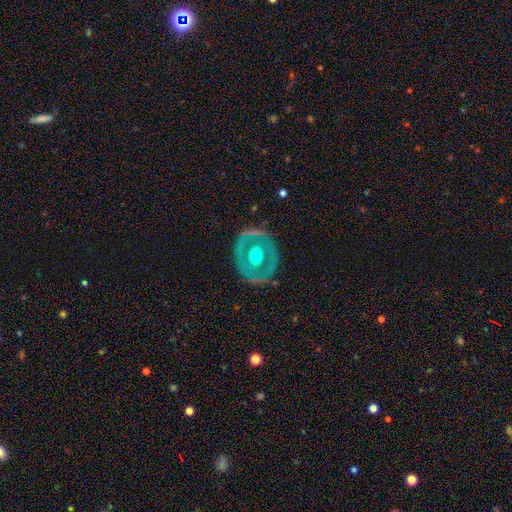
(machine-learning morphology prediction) Smooth or featured? Predicted: featured or disk (p=0.62). Edge-on disk? Predicted: no (p=0.94). Bar? Predicted: no (p=0.79). Spiral arms? Predicted: no (p=0.84). Bulge size? Predicted: moderate (p=0.73). Merging? Predicted: none (p=0.75).